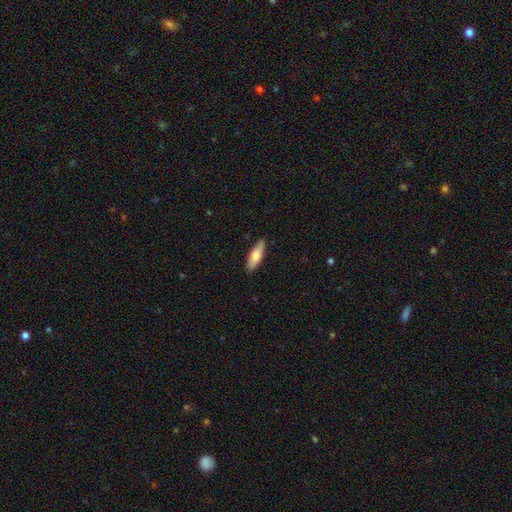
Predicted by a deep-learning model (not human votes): Overall: smooth (73%). How rounded: in between (52%; cigar-shaped 47%). Merging: none (86%).